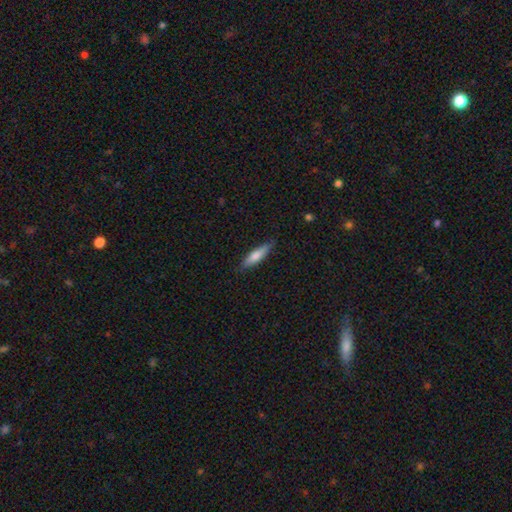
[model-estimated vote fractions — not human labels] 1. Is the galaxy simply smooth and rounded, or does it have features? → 69% smooth, 26% featured or disk, 6% star or artifact.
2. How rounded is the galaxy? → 77% cigar-shaped, 22% in between, 1% round.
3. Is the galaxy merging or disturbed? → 85% none, 12% minor disturbance, 2% major disturbance, 1% merger.